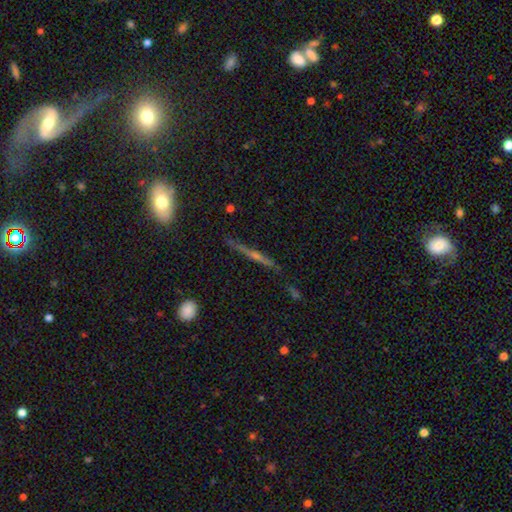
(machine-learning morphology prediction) smooth_or_featured: featured or disk (p=0.67) [alt: smooth p=0.21]
disk_edge_on: yes (p=0.96) [alt: no p=0.04]
edge_on_bulge: rounded (p=0.70) [alt: none p=0.21]
merging: none (p=0.83) [alt: minor disturbance p=0.12]